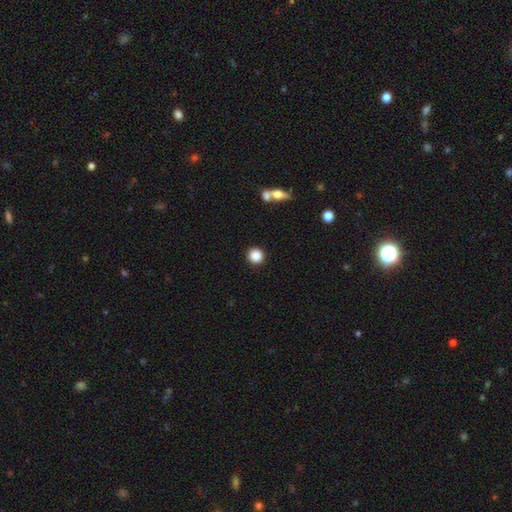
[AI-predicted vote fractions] A smooth galaxy with no disk features (87%) that is round (94%).

Vote fractions:
- Smooth or featured? smooth: 87% / star or artifact: 9% / featured or disk: 3%
- How rounded? round: 94% / in between: 5% / cigar-shaped: 1%
- Merging? none: 90% / minor disturbance: 5% / merger: 3% / major disturbance: 2%